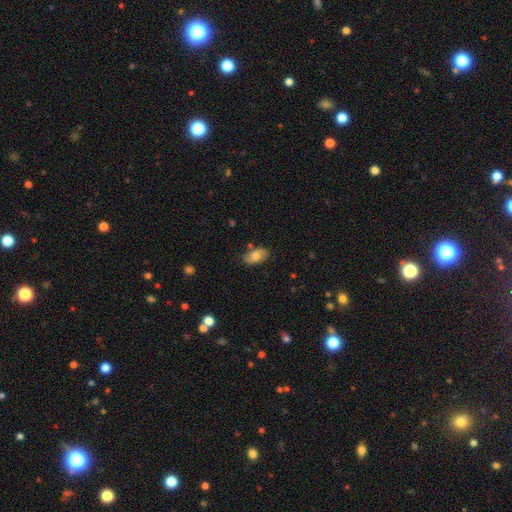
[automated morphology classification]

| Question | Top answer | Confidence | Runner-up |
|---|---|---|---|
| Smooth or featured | smooth | 66% | featured or disk (26%) |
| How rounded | in between | 92% | round (6%) |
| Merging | none | 77% | minor disturbance (17%) |